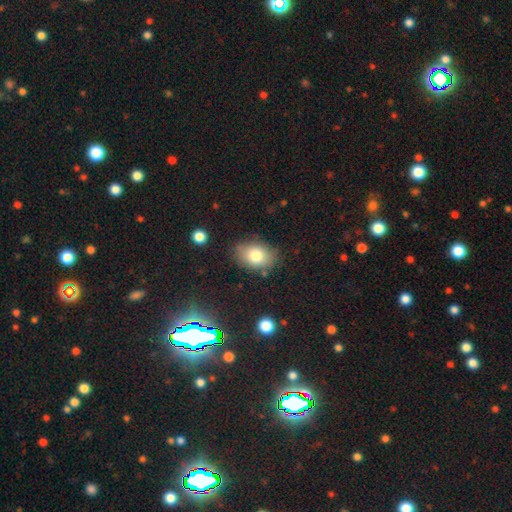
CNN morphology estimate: A smooth galaxy with no disk features (77%) that is in between round and cigar-shaped (76%). Merging: none (78%).